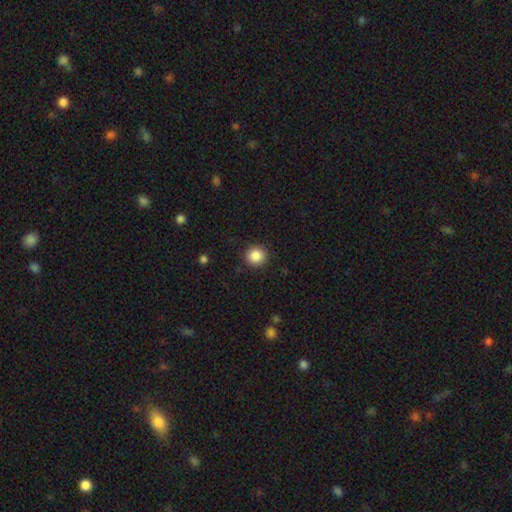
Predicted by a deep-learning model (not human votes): Overall: smooth (87%). How rounded: round (93%). Merging: none (91%).